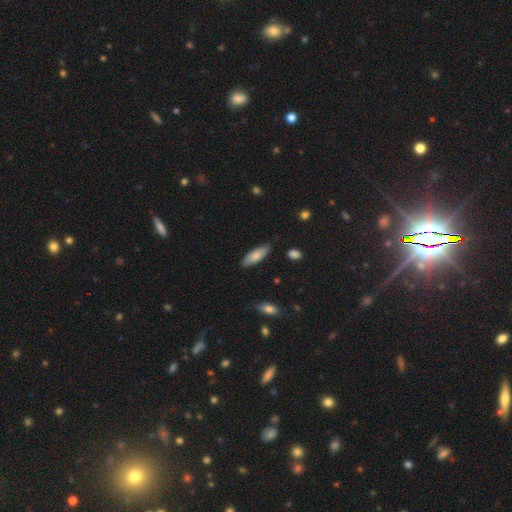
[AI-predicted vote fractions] This is likely a smooth galaxy (77%). How rounded: likely in between (62%). Merging: clearly none (81%).